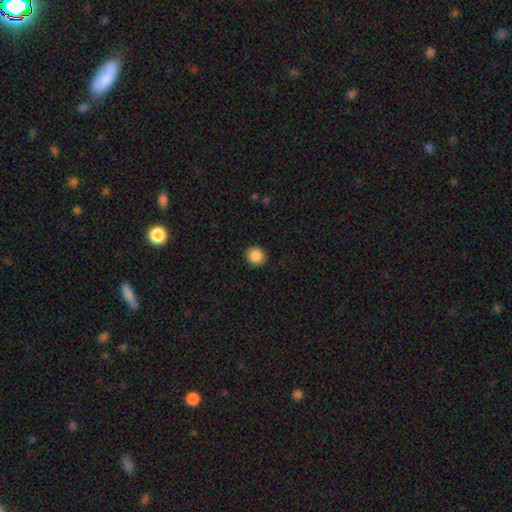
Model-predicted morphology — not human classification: type=smooth (88%); roundness=round (92%); merging=none (91%).